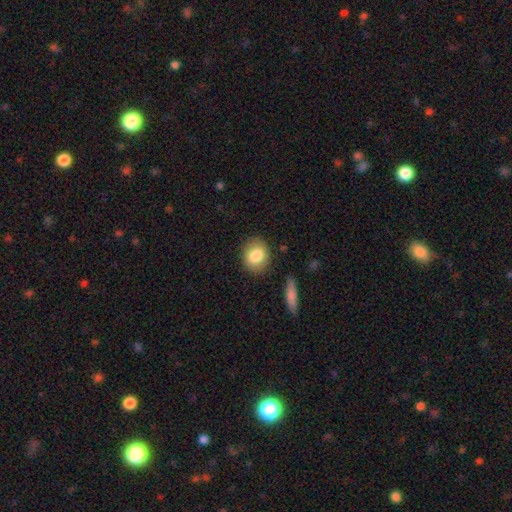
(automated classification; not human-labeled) Smooth or featured? smooth (83%)
How rounded? round (58%)
Merging? none (85%)